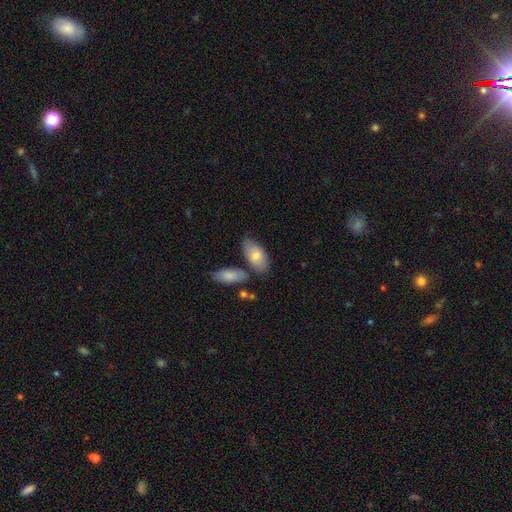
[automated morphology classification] Q: Smooth or featured?
A: smooth (75%); runner-up: featured or disk (20%)
Q: How rounded?
A: in between (92%); runner-up: cigar-shaped (5%)
Q: Merging?
A: none (62%); runner-up: minor disturbance (20%)